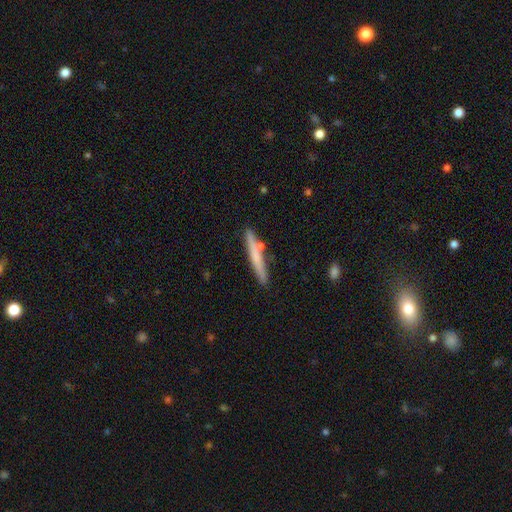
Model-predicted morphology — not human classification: Smooth or featured? smooth (60%)
How rounded? cigar-shaped (95%)
Merging? none (82%)